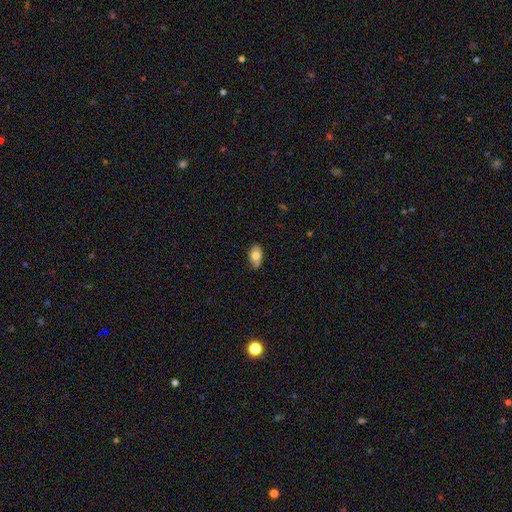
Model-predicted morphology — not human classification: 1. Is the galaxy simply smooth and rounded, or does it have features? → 70% smooth, 22% featured or disk, 8% star or artifact.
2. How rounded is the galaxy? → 90% in between, 8% round, 2% cigar-shaped.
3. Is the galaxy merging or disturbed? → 74% none, 21% minor disturbance, 3% major disturbance, 2% merger.